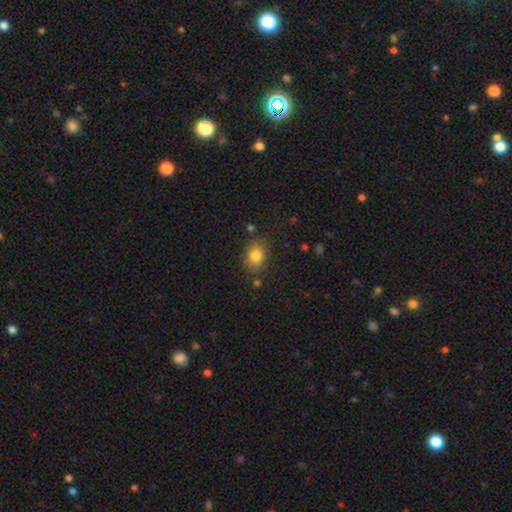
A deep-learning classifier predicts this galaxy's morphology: smooth-or-featured: smooth: 82% | star or artifact: 10% | featured or disk: 8%
  how-rounded: in between: 61% | round: 38% | cigar-shaped: 1%
  merging: none: 80% | minor disturbance: 13% | major disturbance: 3% | merger: 3%